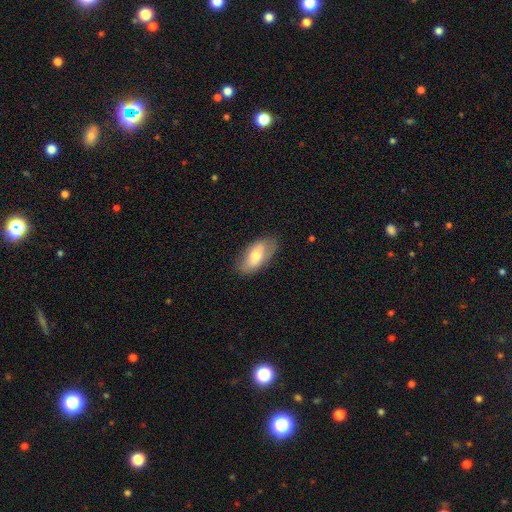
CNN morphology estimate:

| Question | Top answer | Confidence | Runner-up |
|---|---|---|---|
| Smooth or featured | smooth | 62% | featured or disk (31%) |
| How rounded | in between | 90% | cigar-shaped (6%) |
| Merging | none | 79% | minor disturbance (16%) |